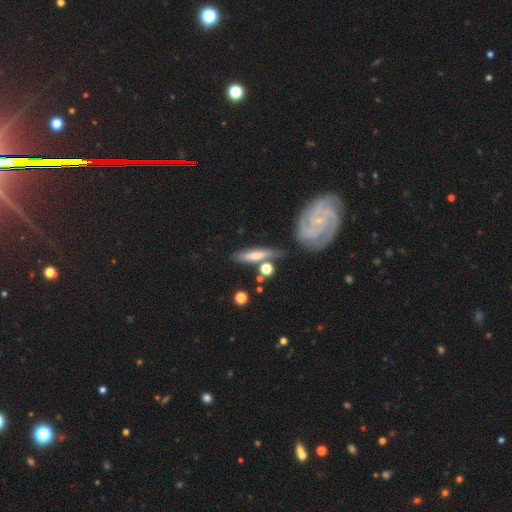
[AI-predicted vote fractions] Smooth or featured? smooth (54%)
How rounded? cigar-shaped (69%)
Merging? none (61%)